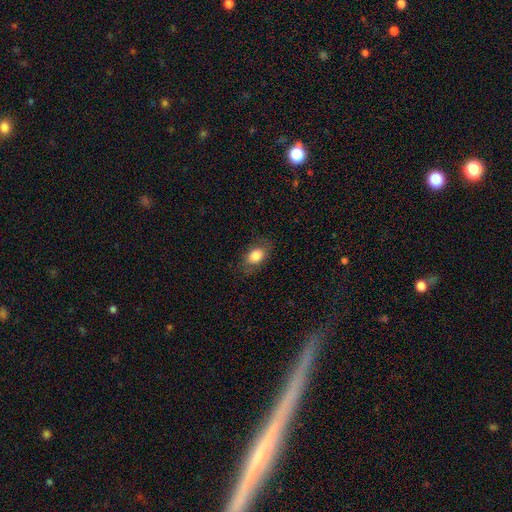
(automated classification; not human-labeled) The model was most divided on "merging": none: 79%, minor disturbance: 15%, major disturbance: 5%, merger: 1%. More confident: how rounded — in between (83%); smooth or featured — smooth (81%).